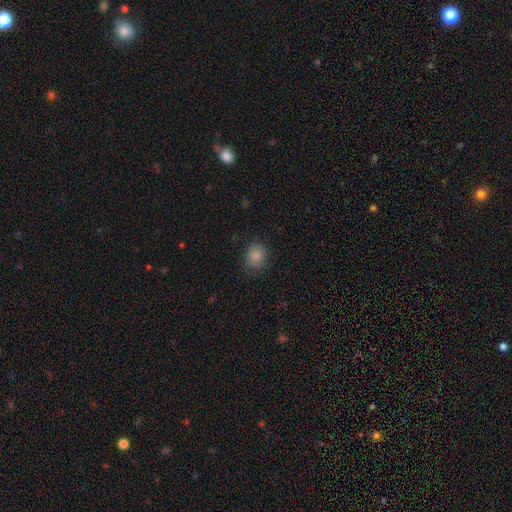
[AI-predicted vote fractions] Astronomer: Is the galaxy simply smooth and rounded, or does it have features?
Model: smooth — 86%.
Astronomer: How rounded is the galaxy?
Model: round — 61% (runner-up: in between, 38%).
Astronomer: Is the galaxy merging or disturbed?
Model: none — 79%.